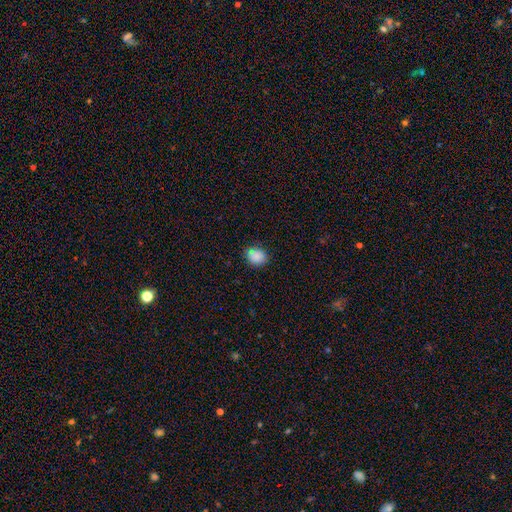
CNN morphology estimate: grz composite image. It shows a smooth galaxy with no disk features (88%) that is round (52%). Merging: none (83%).